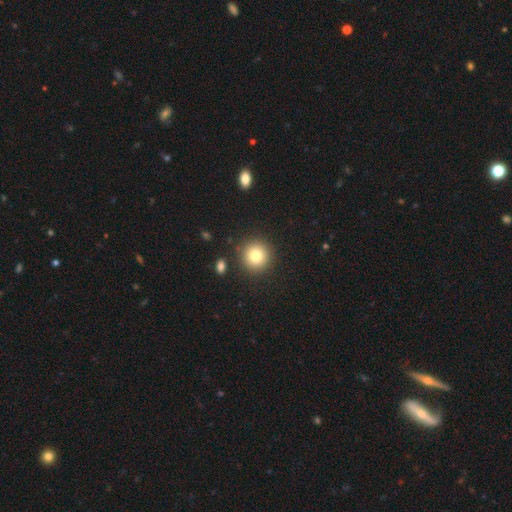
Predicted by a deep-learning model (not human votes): Smooth or featured?
  - smooth: 80% *
  - star or artifact: 11%
  - featured or disk: 9%
How rounded?
  - round: 94% *
  - in between: 5%
  - cigar-shaped: 1%
Merging?
  - none: 88% *
  - minor disturbance: 6%
  - merger: 3%
  - major disturbance: 3%